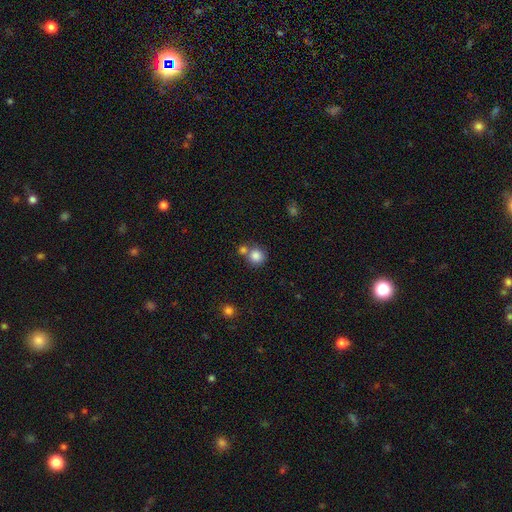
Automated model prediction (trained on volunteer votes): Smooth or featured? smooth (84%)
How rounded? round (91%)
Merging? none (59%)